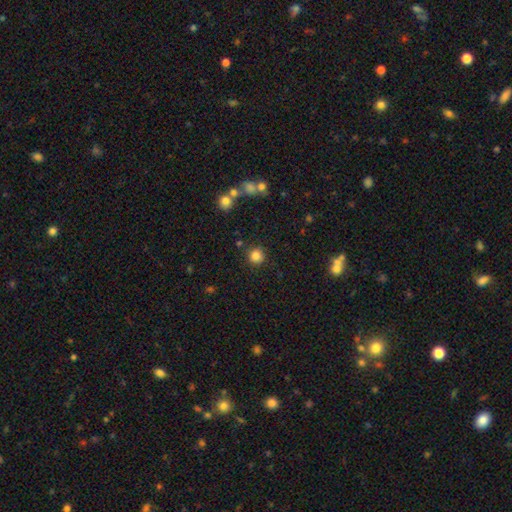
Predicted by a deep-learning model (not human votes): smooth 83%, star or artifact 12%, featured or disk 5%. Down the decision tree: how rounded — round (92%); merging — none (87%).